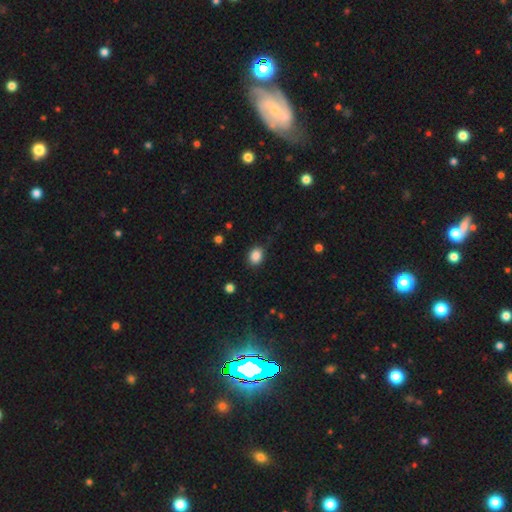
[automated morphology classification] Smooth or featured? smooth (86%)
How rounded? in between (54%)
Merging? none (82%)